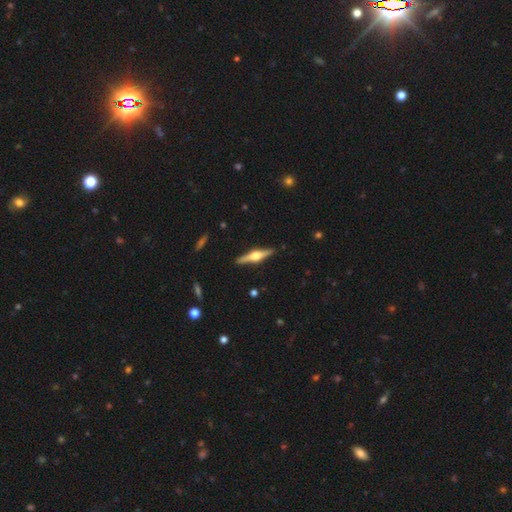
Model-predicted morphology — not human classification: This appears to be a featured or disk galaxy (77%) viewed edge-on (98%) with a rounded central bulge (94%). Merging: none (91%).